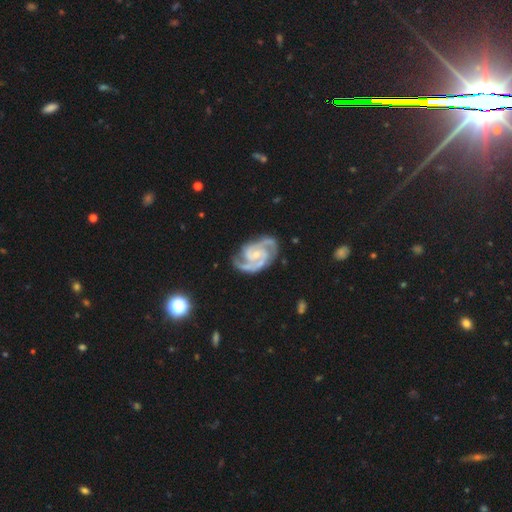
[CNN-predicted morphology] smooth-or-featured: featured or disk: 93% | star or artifact: 4% | smooth: 3%
  disk-edge-on: no: 98% | yes: 2%
    bar: no: 46% | weak: 41% | strong: 12%
    has-spiral-arms: yes: 99% | no: 1%
      spiral-winding: medium: 52% | tight: 41% | loose: 7%
      spiral-arm-count: 2: 75% | 3: 15% | can't tell: 3% | 4: 2% | 1: 2% | more than 4: 2%
    bulge-size: small: 66% | moderate: 25% | none: 7% | large: 1% | dominant: 1%
  merging: none: 75% | minor disturbance: 17% | major disturbance: 6% | merger: 2%